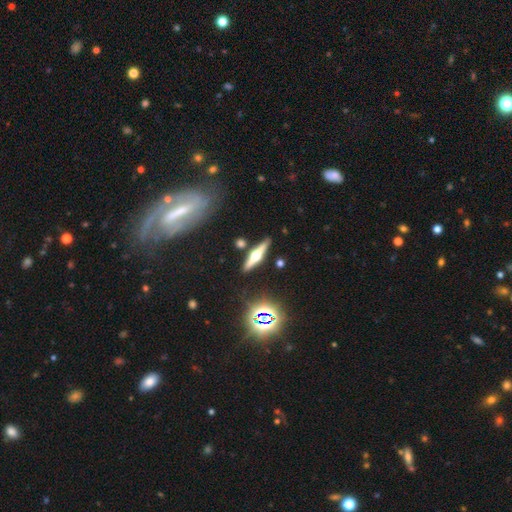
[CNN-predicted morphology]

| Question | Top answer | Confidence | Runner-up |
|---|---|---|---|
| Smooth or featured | featured or disk | 68% | smooth (22%) |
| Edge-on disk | yes | 96% | no (4%) |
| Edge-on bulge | rounded | 95% | boxy (3%) |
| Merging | none | 86% | minor disturbance (8%) |